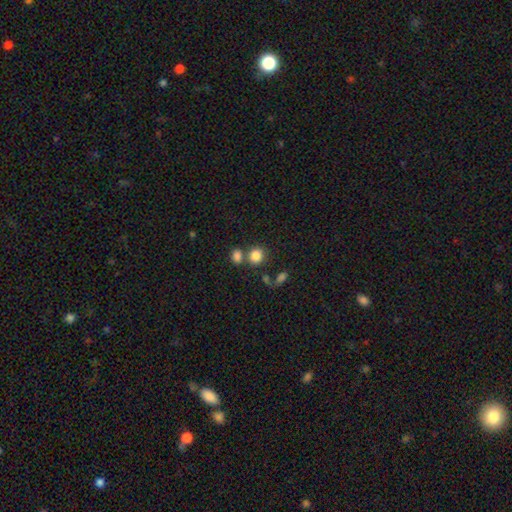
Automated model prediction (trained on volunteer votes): This is clearly a smooth galaxy (83%). How rounded: likely round (76%). Merging: possibly none (57%).